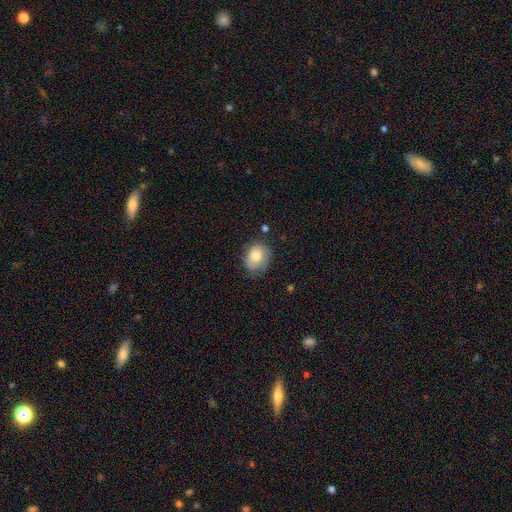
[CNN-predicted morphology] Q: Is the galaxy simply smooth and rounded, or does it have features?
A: smooth — 67%.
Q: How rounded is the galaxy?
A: in between — 54%.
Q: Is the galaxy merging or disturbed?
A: none — 62%.